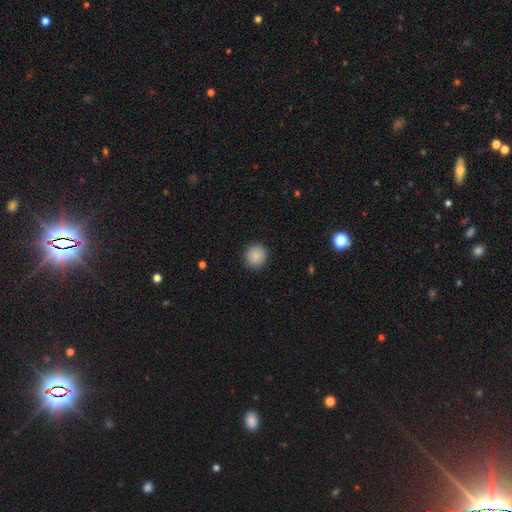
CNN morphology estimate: A smooth galaxy with no disk features (86%) that is round (88%).

Vote fractions:
- Smooth or featured? smooth: 86% / star or artifact: 9% / featured or disk: 6%
- How rounded? round: 88% / in between: 11% / cigar-shaped: 1%
- Merging? none: 89% / minor disturbance: 8% / major disturbance: 2% / merger: 1%